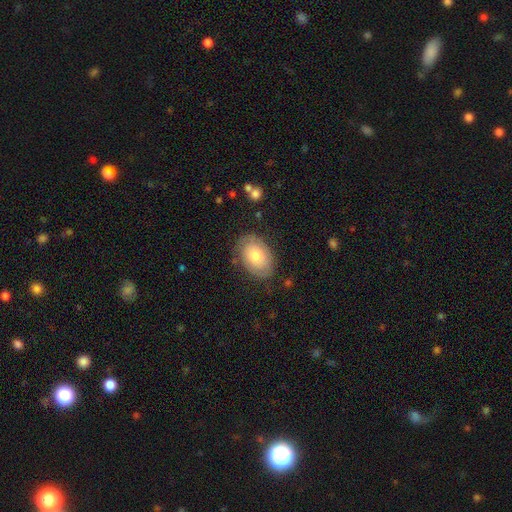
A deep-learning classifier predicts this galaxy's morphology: Overall: smooth (58%; featured or disk 35%). How rounded: in between (84%). Merging: none (77%).